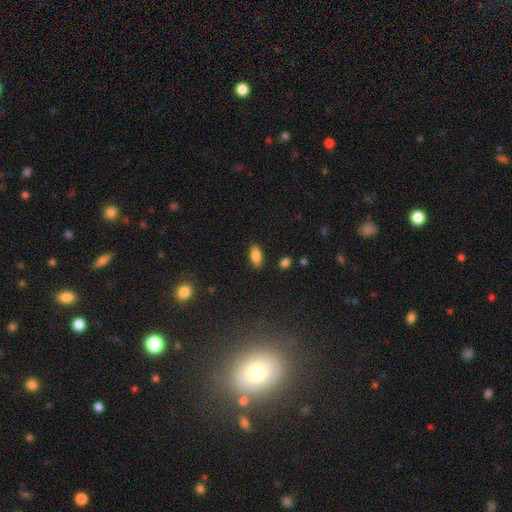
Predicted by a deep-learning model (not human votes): Smooth or featured? Predicted: smooth (p=0.86). How rounded? Predicted: in between (p=0.88). Merging? Predicted: none (p=0.86).